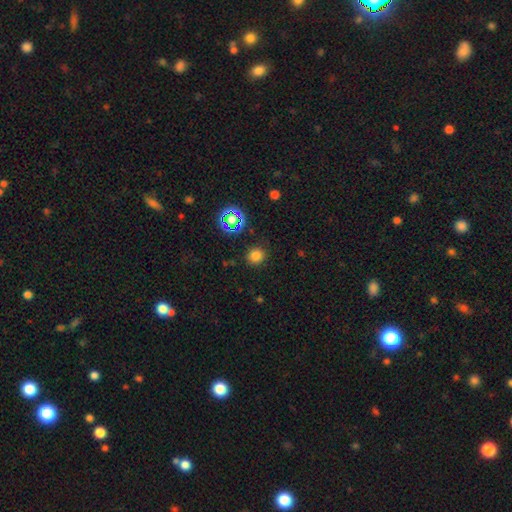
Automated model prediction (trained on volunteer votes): This appears to be a smooth galaxy with no disk features (76%) that is round (89%). Merging: none (89%).